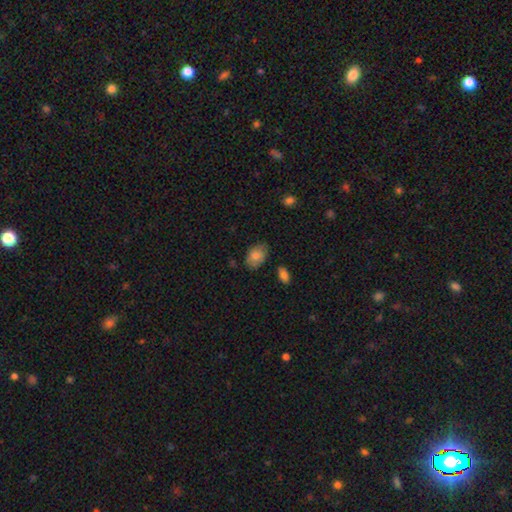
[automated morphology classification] This is clearly a smooth galaxy (82%). How rounded: clearly in between (83%). Merging: likely none (77%).